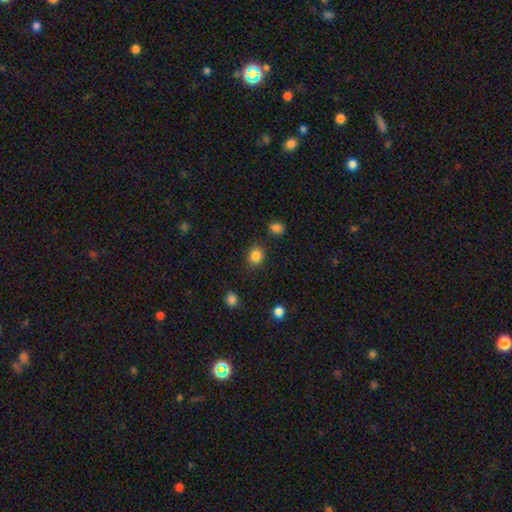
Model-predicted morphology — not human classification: The model was most divided on "how rounded": round: 66%, in between: 33%, cigar-shaped: 1%. More confident: smooth or featured — smooth (85%); merging — none (85%).